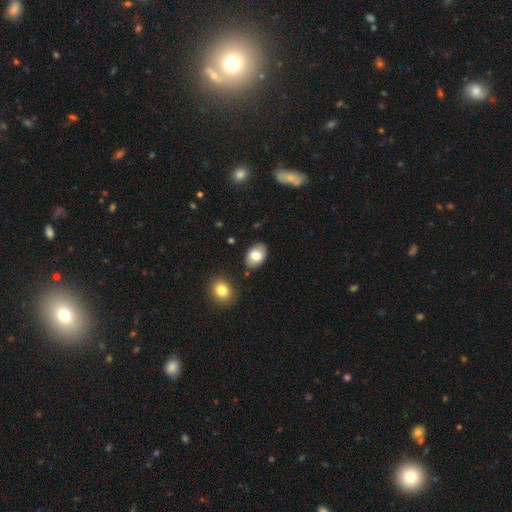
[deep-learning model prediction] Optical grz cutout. It shows a smooth galaxy with no disk features (79%) that is in between round and cigar-shaped (86%). Merging: none (85%).